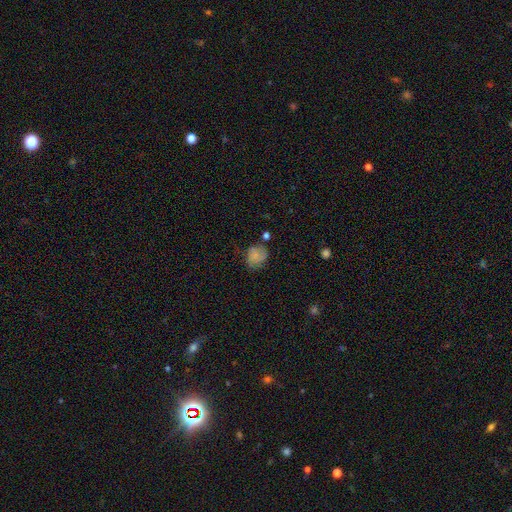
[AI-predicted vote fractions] Overall: smooth (71%). How rounded: round (61%; in between 38%). Merging: none (53%; minor disturbance 30%).